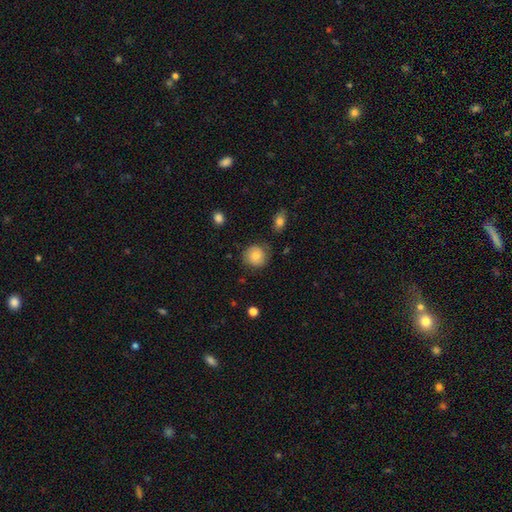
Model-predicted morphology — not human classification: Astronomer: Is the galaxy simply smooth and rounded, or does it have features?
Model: smooth — 78%.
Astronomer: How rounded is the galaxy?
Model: round — 88%.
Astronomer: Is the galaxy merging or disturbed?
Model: none — 77%.